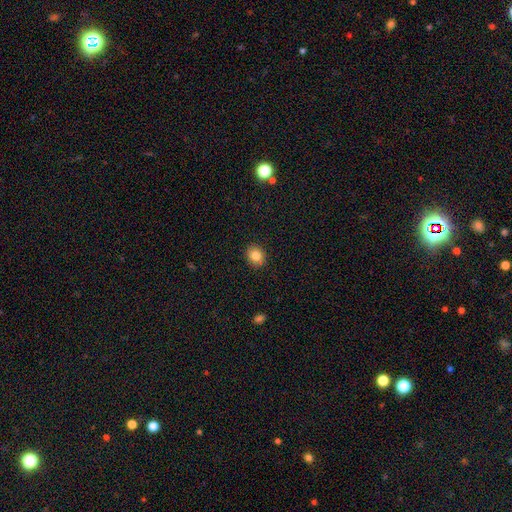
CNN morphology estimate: This appears to be a smooth galaxy with no disk features (82%) that is round (72%). Merging: none (87%).